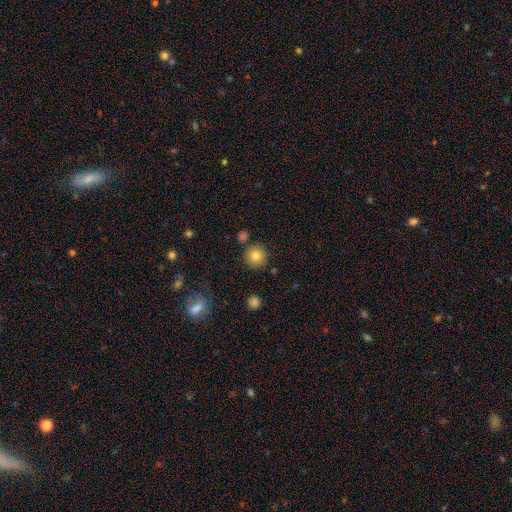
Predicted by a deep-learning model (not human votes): smooth-or-featured: smooth: 82% | star or artifact: 11% | featured or disk: 7%
  how-rounded: round: 94% | in between: 5% | cigar-shaped: 1%
  merging: none: 84% | minor disturbance: 8% | merger: 6% | major disturbance: 3%